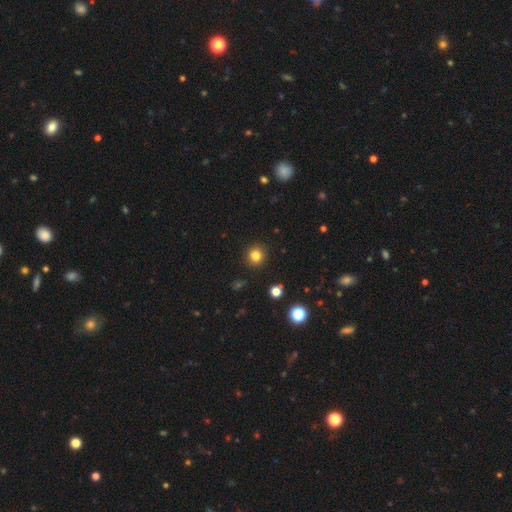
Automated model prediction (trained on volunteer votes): Smooth or featured? smooth (82%)
How rounded? round (91%)
Merging? none (91%)